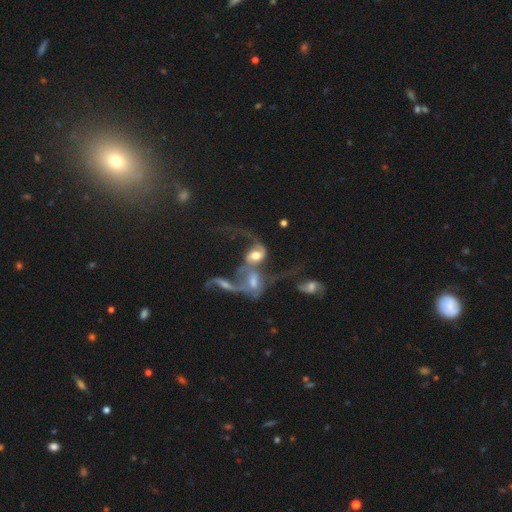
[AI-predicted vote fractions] Smooth or featured?
  - featured or disk: 73% *
  - smooth: 17%
  - star or artifact: 10%
Edge-on disk?
  - no: 95% *
  - yes: 5%
Bar?
  - no: 51% *
  - weak: 33%
  - strong: 16%
Spiral arms?
  - yes: 83% *
  - no: 17%
Spiral winding?
  - loose: 72% *
  - medium: 21%
  - tight: 7%
Spiral arm count?
  - 2: 68% *
  - 1: 18%
  - can't tell: 10%
  - 3: 2%
  - 4: 1%
  - more than 4: 1%
Bulge size?
  - moderate: 50% *
  - large: 27%
  - small: 13%
  - none: 6%
  - dominant: 4%
Merging?
  - merger: 77% *
  - major disturbance: 11%
  - none: 8%
  - minor disturbance: 4%